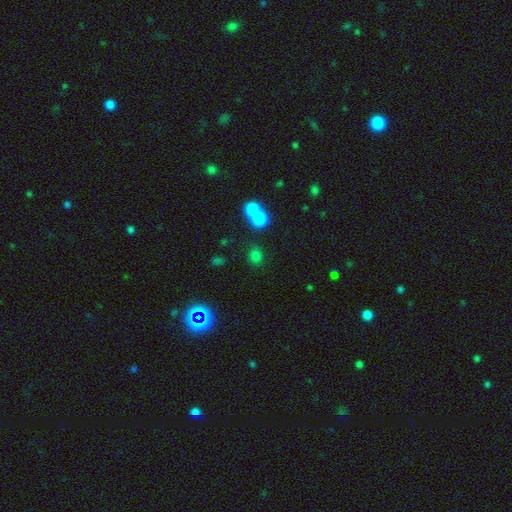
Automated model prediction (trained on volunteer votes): smooth_or_featured: smooth (p=0.74) [alt: star or artifact p=0.18]
how_rounded: round (p=0.77) [alt: in between p=0.21]
merging: none (p=0.64) [alt: merger p=0.23]